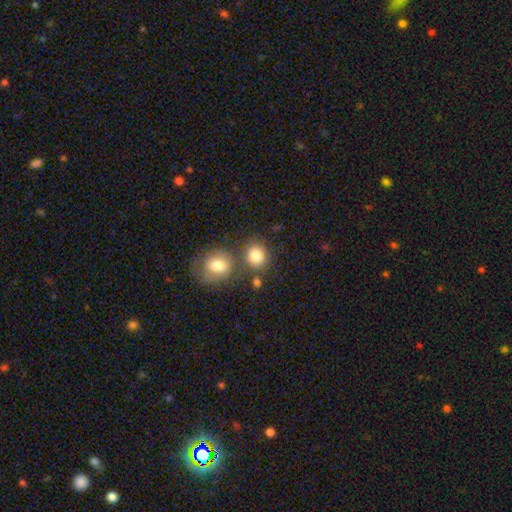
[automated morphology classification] smooth-or-featured: smooth: 84% | star or artifact: 9% | featured or disk: 7%
  how-rounded: round: 80% | in between: 19% | cigar-shaped: 1%
  merging: none: 62% | merger: 24% | minor disturbance: 10% | major disturbance: 4%